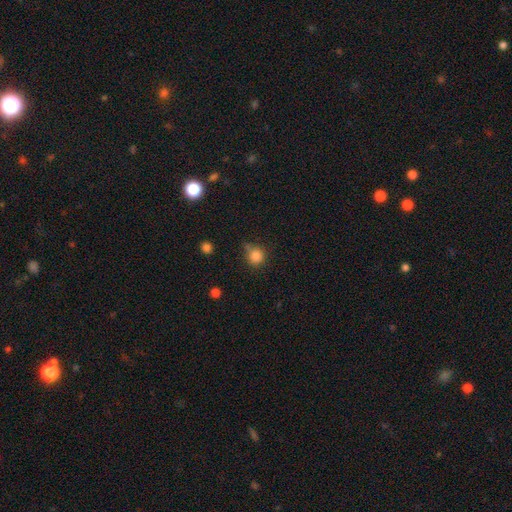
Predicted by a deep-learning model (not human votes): Q: Smooth or featured?
A: smooth (84%); runner-up: star or artifact (12%)
Q: How rounded?
A: round (91%); runner-up: in between (8%)
Q: Merging?
A: none (67%); runner-up: minor disturbance (18%)